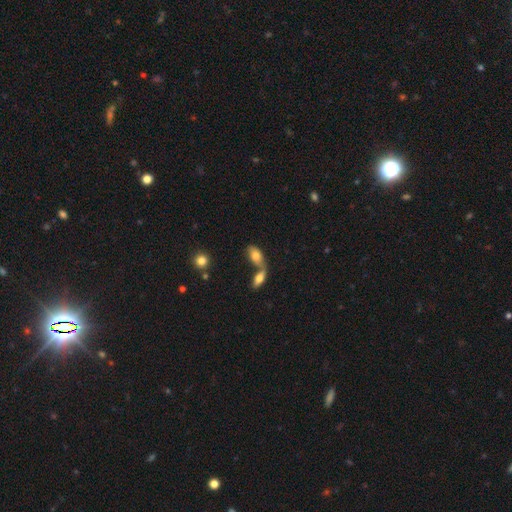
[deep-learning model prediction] Smooth or featured? Predicted: smooth (p=0.76). How rounded? Predicted: in between (p=0.88). Merging? Predicted: merger (p=0.59).